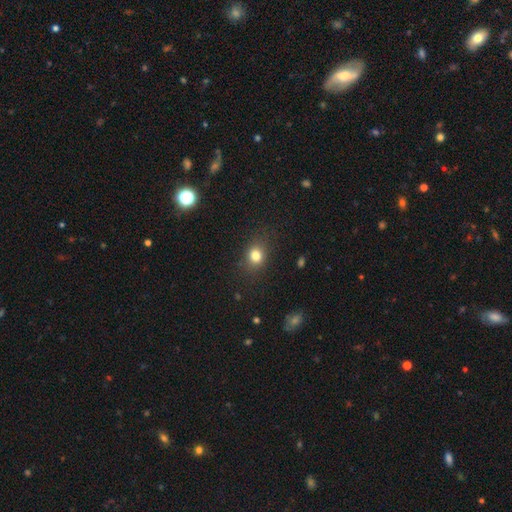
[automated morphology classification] Q: Smooth or featured?
A: smooth (80%); runner-up: star or artifact (13%)
Q: How rounded?
A: round (60%); runner-up: in between (38%)
Q: Merging?
A: none (81%); runner-up: minor disturbance (13%)